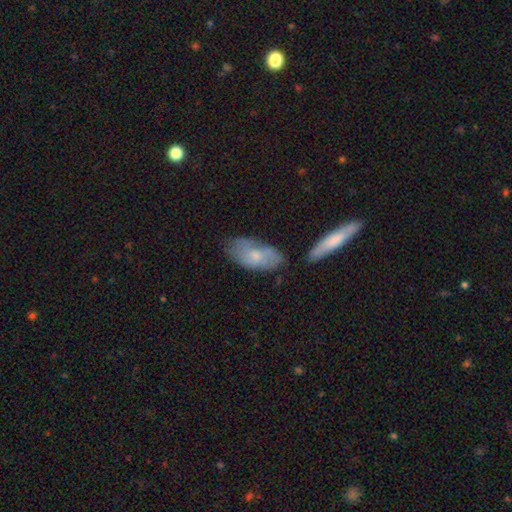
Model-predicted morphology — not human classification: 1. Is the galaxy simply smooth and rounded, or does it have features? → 61% smooth, 33% featured or disk, 6% star or artifact.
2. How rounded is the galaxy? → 88% in between, 9% cigar-shaped, 3% round.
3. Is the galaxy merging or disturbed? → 56% none, 25% minor disturbance, 11% merger, 8% major disturbance.